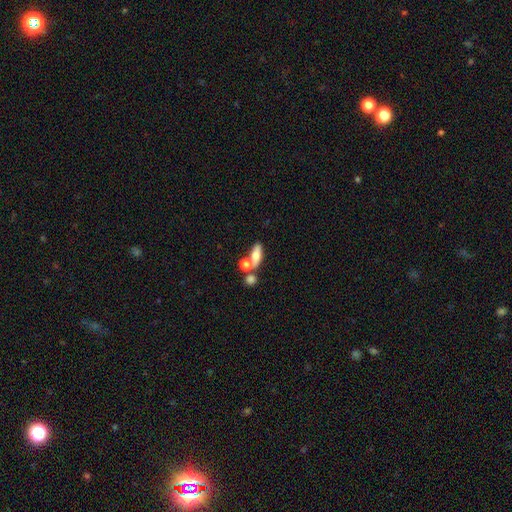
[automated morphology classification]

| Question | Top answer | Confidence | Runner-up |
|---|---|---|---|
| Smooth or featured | smooth | 64% | featured or disk (27%) |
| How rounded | in between | 67% | cigar-shaped (23%) |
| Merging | none | 49% | merger (34%) |